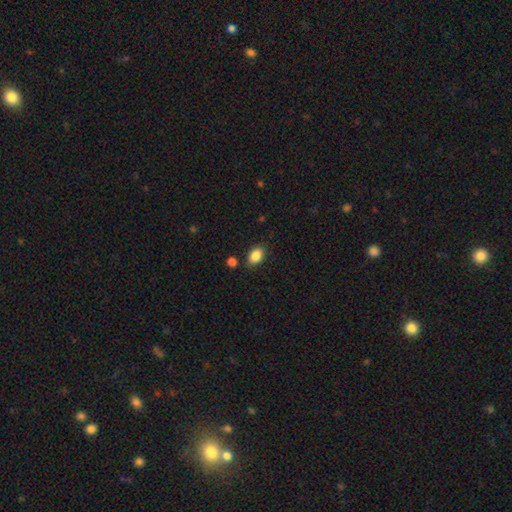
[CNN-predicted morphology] This appears to be a smooth galaxy with no disk features (88%) that is in between round and cigar-shaped (87%). Merging: none (82%).